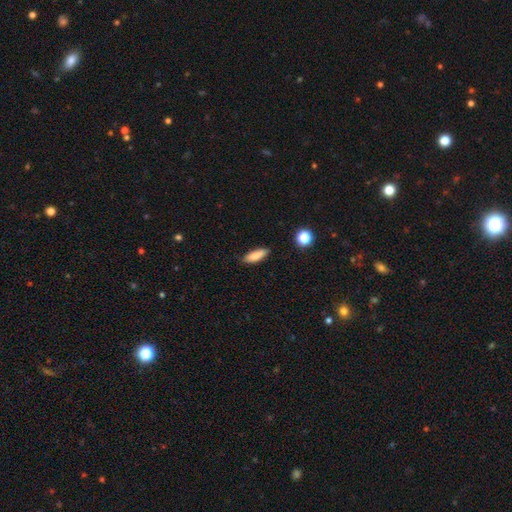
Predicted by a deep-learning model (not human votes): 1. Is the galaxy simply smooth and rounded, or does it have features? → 84% smooth, 8% featured or disk, 8% star or artifact.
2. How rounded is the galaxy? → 57% in between, 41% cigar-shaped, 2% round.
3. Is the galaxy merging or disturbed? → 82% none, 14% minor disturbance, 2% major disturbance, 2% merger.